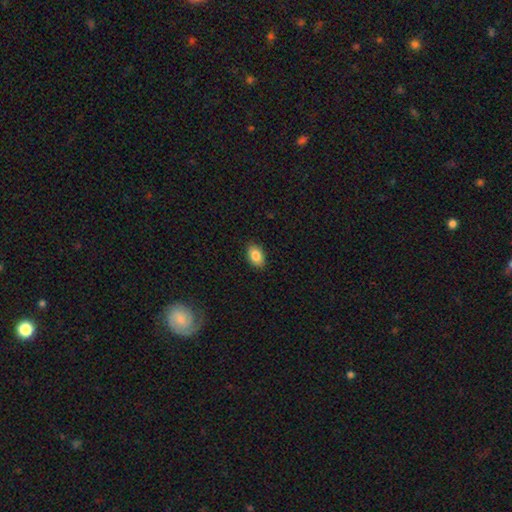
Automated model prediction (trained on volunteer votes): A smooth galaxy with no disk features (85%) that is in between round and cigar-shaped (89%). Merging: none (89%).